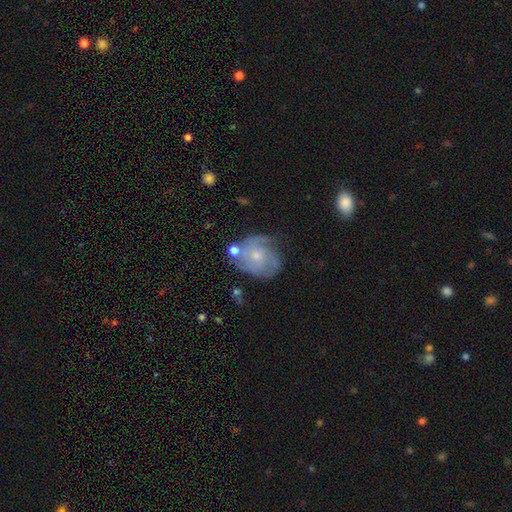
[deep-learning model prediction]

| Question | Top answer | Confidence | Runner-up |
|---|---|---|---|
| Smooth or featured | featured or disk | 74% | smooth (19%) |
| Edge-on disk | no | 98% | yes (2%) |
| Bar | no | 71% | weak (26%) |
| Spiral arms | yes | 90% | no (10%) |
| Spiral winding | tight | 48% | medium (39%) |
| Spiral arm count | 3 | 31% | can't tell (30%) |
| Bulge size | small | 56% | moderate (36%) |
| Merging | none | 59% | minor disturbance (23%) |